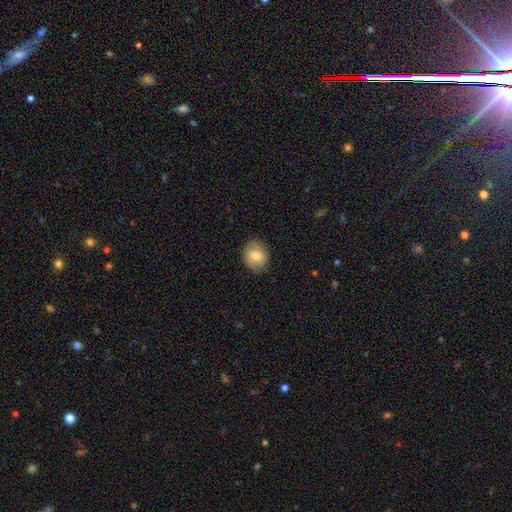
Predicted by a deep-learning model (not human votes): Overall: smooth (72%). How rounded: round (68%; in between 31%). Merging: none (85%).